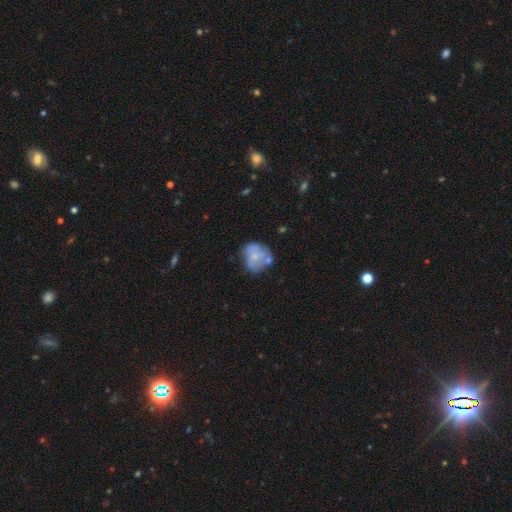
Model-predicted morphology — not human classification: This is possibly a smooth galaxy (51%). How rounded: likely round (66%). Merging: marginally none (45%).